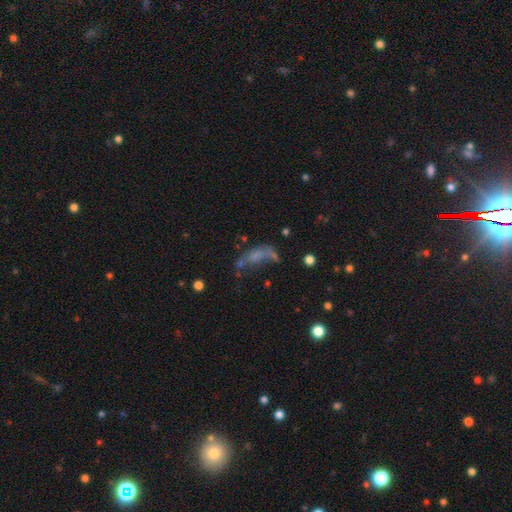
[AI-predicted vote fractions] smooth_or_featured: smooth (p=0.40) [alt: featured or disk p=0.38]
merging: major disturbance (p=0.39) [alt: none p=0.26]